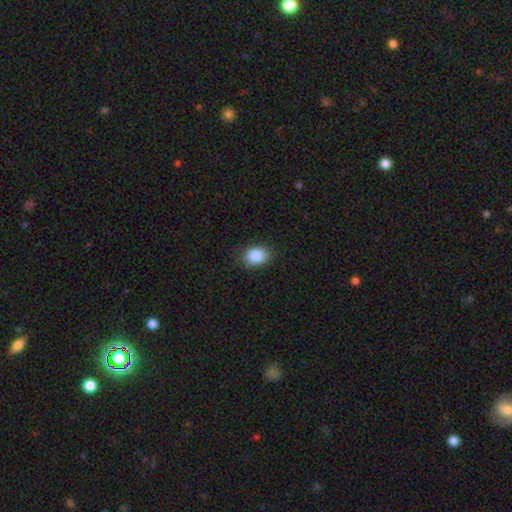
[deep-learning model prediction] The model was most divided on "how rounded": in between: 62%, round: 37%, cigar-shaped: 1%. More confident: smooth or featured — smooth (88%); merging — none (84%).